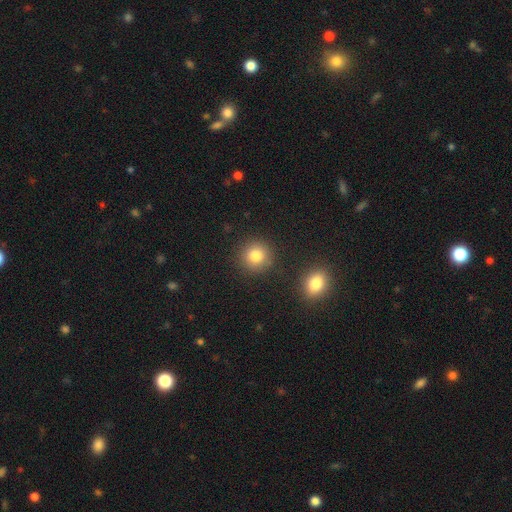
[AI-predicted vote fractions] Smooth or featured? smooth (81%)
How rounded? round (92%)
Merging? none (87%)